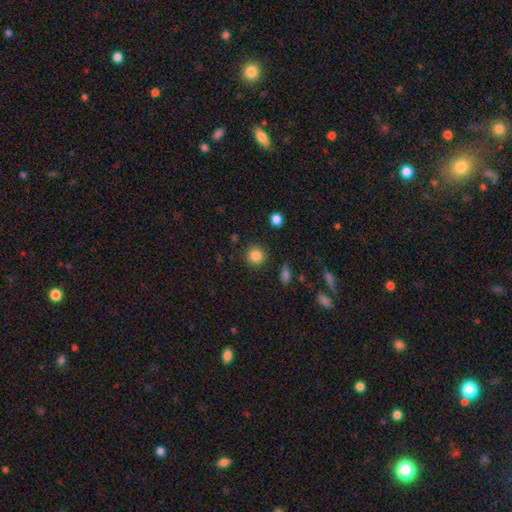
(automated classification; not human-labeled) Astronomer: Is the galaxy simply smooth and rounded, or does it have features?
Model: smooth — 85%.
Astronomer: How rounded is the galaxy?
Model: round — 92%.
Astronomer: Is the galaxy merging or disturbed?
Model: none — 89%.